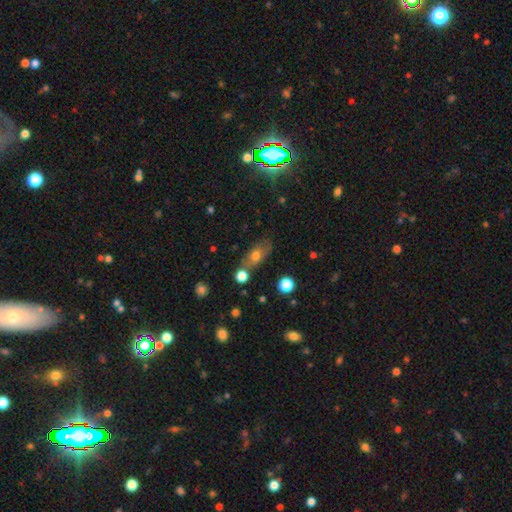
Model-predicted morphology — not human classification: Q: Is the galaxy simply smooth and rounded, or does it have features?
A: smooth — 63%.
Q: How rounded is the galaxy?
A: in between — 75%.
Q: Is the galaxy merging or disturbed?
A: none — 66%.